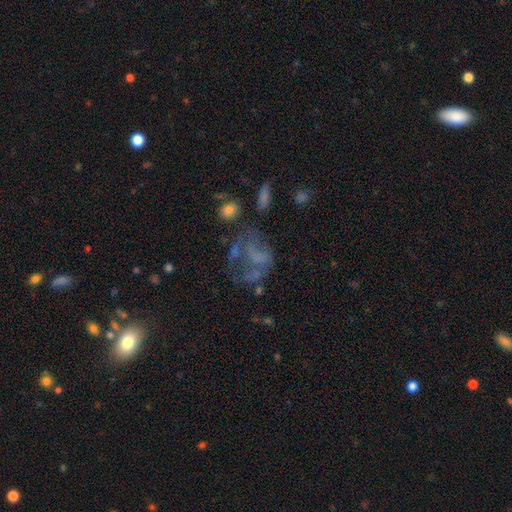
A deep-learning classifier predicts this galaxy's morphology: smooth_or_featured: featured or disk (p=0.50) [alt: smooth p=0.29]
disk_edge_on: no (p=0.98) [alt: yes p=0.02]
merging: major disturbance (p=0.37) [alt: none p=0.34]